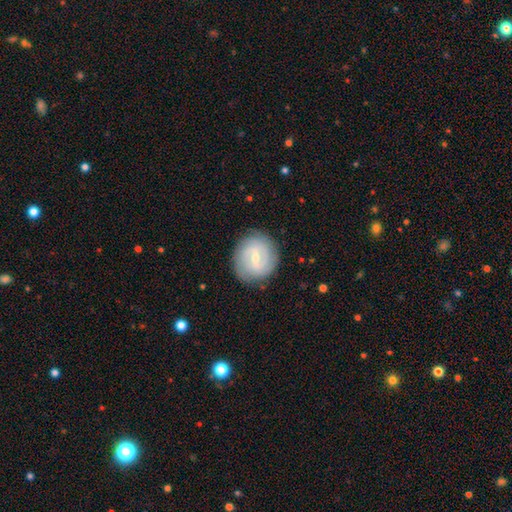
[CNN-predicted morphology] featured or disk 75%, smooth 19%, star or artifact 6%. Down the decision tree: edge-on disk — no (97%); bar — weak (60%); spiral arms — yes (90%); spiral arm count — 2 (56%); spiral winding — tight (58%); bulge size — small (63%); merging — none (84%).